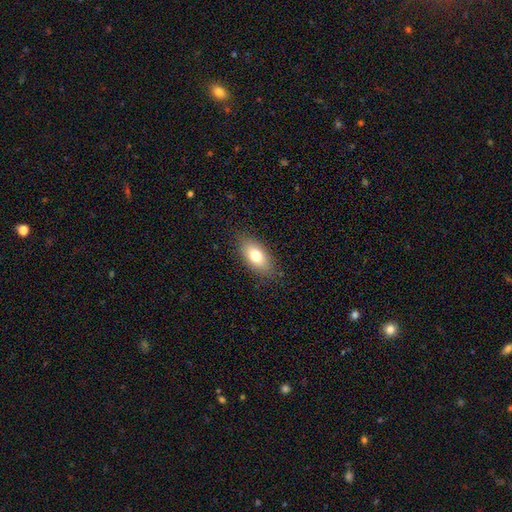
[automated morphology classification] The model was most divided on "smooth or featured": smooth: 75%, featured or disk: 17%, star or artifact: 8%. More confident: how rounded — in between (88%); merging — none (84%).